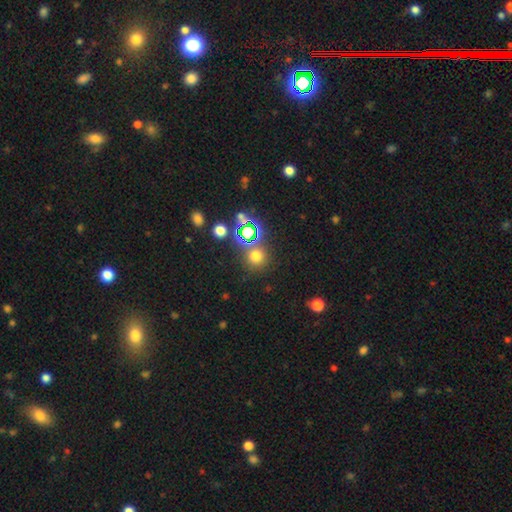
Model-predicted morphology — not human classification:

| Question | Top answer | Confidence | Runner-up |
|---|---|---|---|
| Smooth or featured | smooth | 64% | star or artifact (30%) |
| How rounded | round | 91% | in between (8%) |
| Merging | none | 79% | merger (9%) |